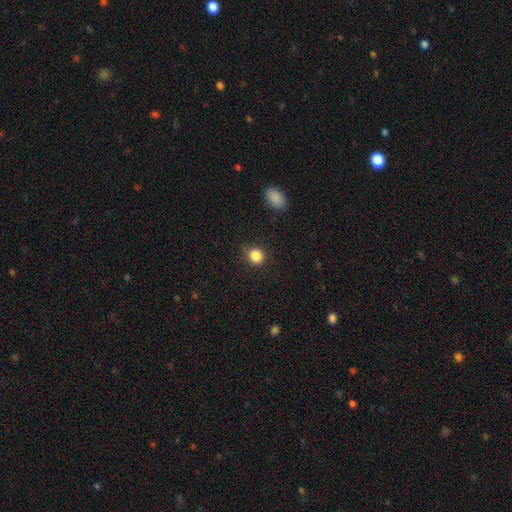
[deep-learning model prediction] Overall: smooth (86%). How rounded: round (81%). Merging: none (81%).